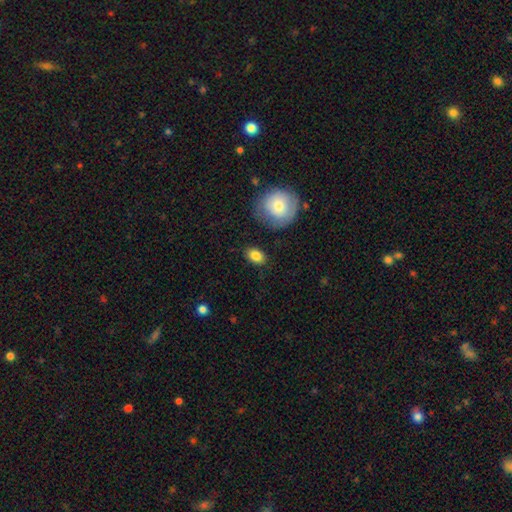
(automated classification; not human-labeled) smooth_or_featured: smooth (p=0.85) [alt: star or artifact p=0.08]
how_rounded: in between (p=0.81) [alt: round p=0.18]
merging: none (p=0.84) [alt: minor disturbance p=0.11]